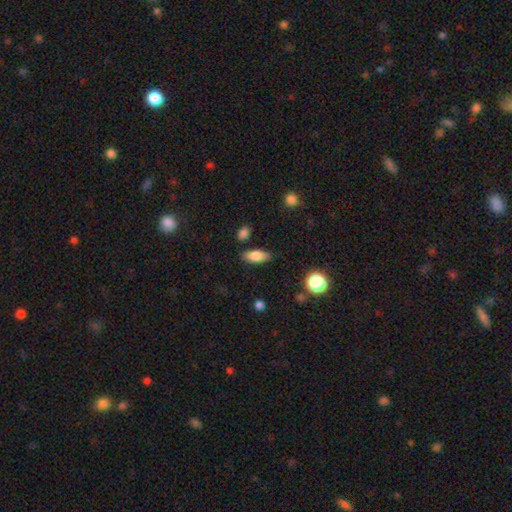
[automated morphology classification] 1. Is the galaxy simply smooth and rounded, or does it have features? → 82% smooth, 10% featured or disk, 8% star or artifact.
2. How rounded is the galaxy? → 78% in between, 19% cigar-shaped, 3% round.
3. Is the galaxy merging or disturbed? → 83% none, 11% minor disturbance, 3% merger, 3% major disturbance.